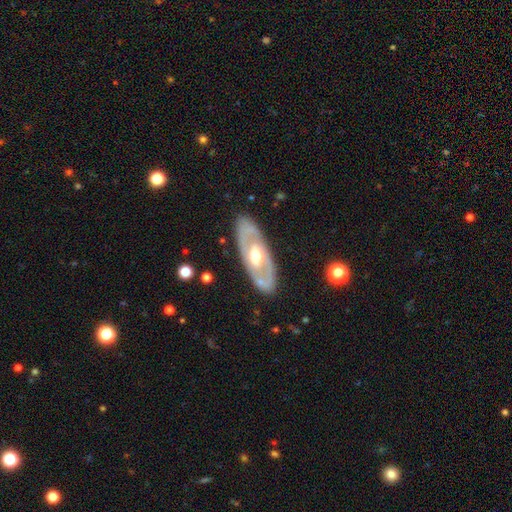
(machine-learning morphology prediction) featured or disk 71%, smooth 25%, star or artifact 4%. Down the decision tree: edge-on disk — no (84%); bar — no (64%); spiral arms — no (62%); bulge size — moderate (72%); merging — none (85%).